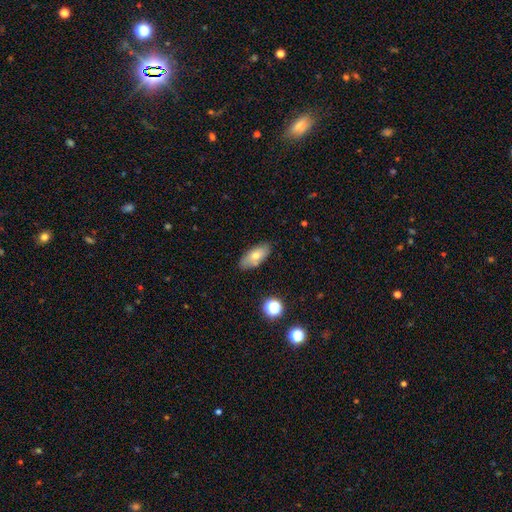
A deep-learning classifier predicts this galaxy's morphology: Overall: smooth (69%). How rounded: in between (86%). Merging: none (82%).